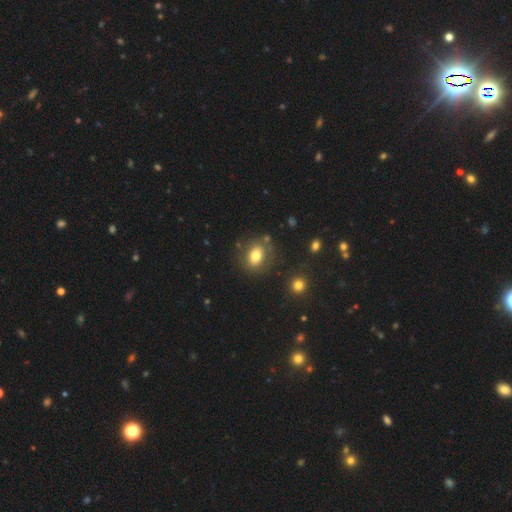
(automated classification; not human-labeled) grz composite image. It shows a smooth galaxy with no disk features (78%) that is in between round and cigar-shaped (60%). Merging: none (78%).